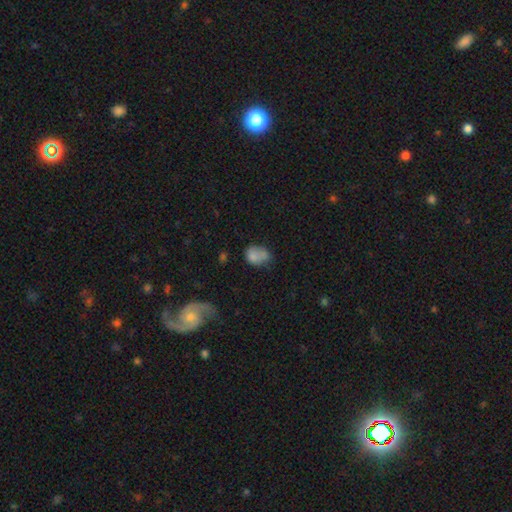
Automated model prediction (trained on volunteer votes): Smooth or featured? smooth (75%)
How rounded? in between (60%)
Merging? none (36%)